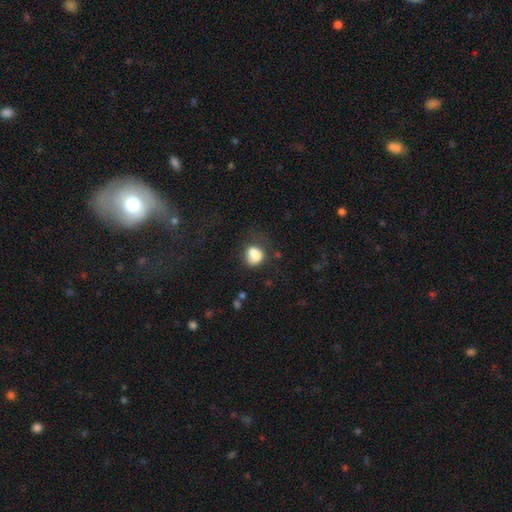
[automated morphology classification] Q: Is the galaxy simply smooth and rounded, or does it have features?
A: smooth — 80%.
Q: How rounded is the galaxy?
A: round — 53%.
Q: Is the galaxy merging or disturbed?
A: none — 41%.